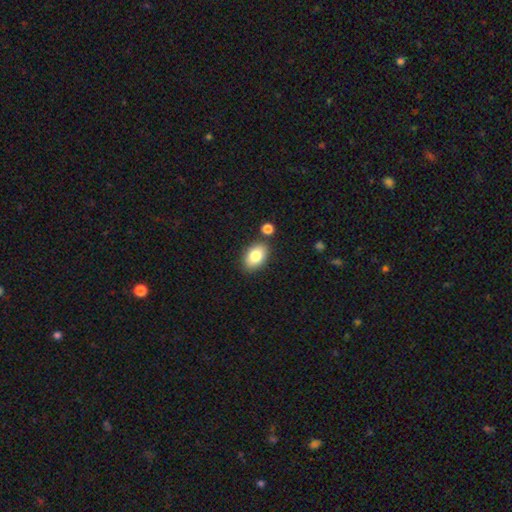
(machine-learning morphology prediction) type=smooth (83%); roundness=in between (89%); merging=none (80%).